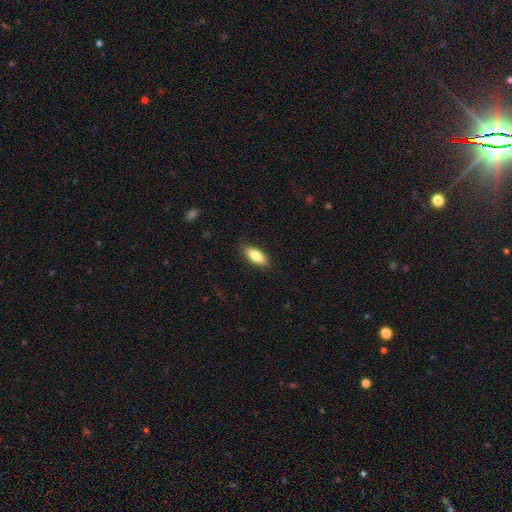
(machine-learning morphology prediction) The model was most divided on "how rounded": in between: 77%, cigar-shaped: 21%, round: 2%. More confident: merging — none (86%); smooth or featured — smooth (82%).